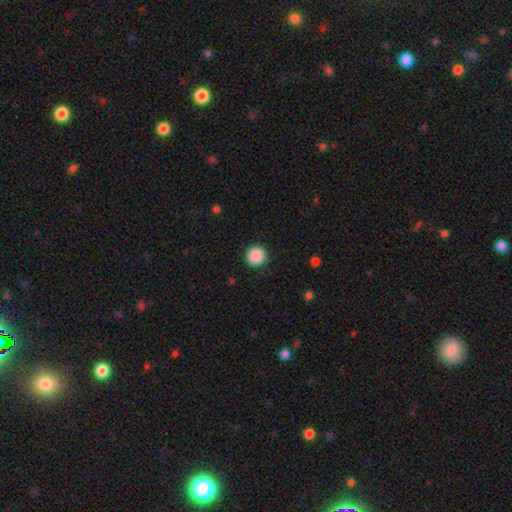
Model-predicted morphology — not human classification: Overall: smooth (89%). How rounded: round (94%). Merging: none (92%).